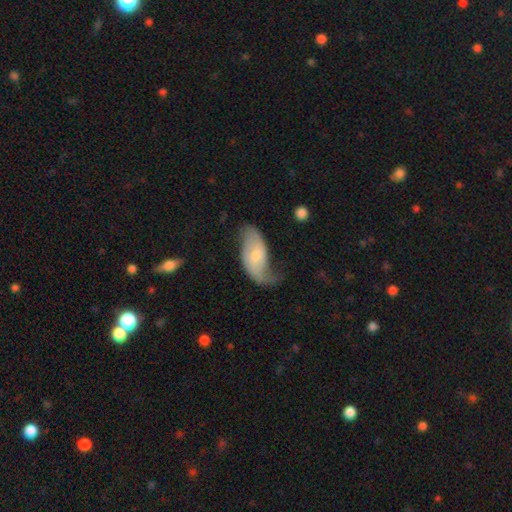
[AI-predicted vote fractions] Morphology: type=featured or disk (61%); edge-on=no (94%); bar=no (54%); spiral arms=yes (85%); bulge=small (56%); merging=none (39%).